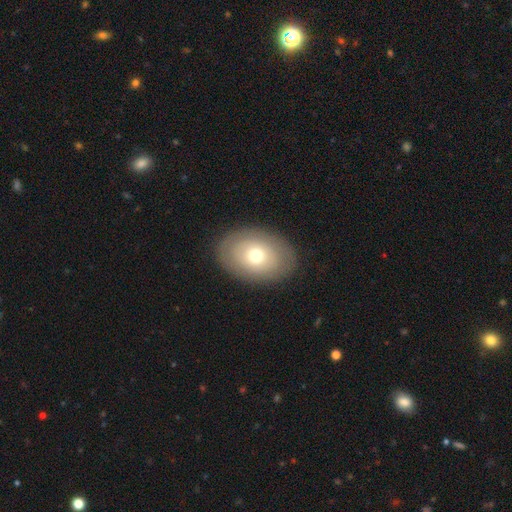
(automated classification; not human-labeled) The model was most divided on "smooth or featured": smooth: 66%, featured or disk: 25%, star or artifact: 9%. More confident: merging — none (86%); how rounded — in between (78%).